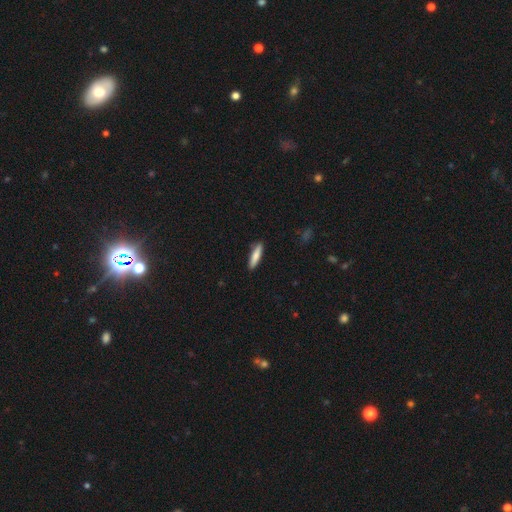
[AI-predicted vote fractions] Smooth or featured? Predicted: smooth (p=0.82). How rounded? Predicted: cigar-shaped (p=0.79). Merging? Predicted: none (p=0.88).